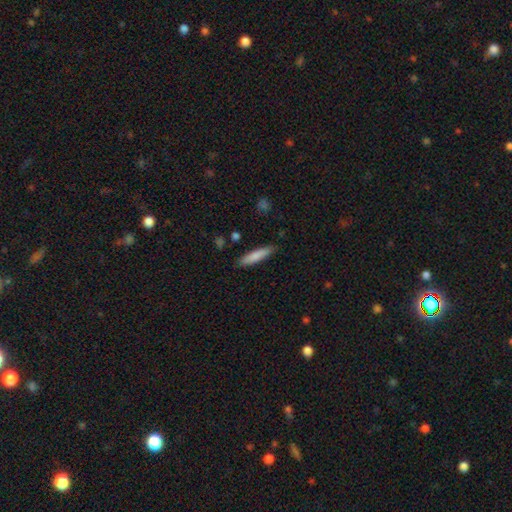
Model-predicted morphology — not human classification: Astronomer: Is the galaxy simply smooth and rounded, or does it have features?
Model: smooth — 81%.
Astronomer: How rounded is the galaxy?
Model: cigar-shaped — 83%.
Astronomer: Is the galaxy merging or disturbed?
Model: none — 86%.